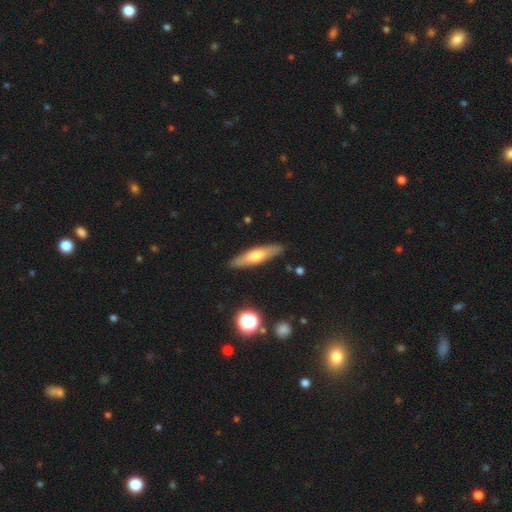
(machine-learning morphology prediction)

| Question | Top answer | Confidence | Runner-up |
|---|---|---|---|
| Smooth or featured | smooth | 55% | featured or disk (39%) |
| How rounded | cigar-shaped | 75% | in between (23%) |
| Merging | none | 88% | minor disturbance (8%) |